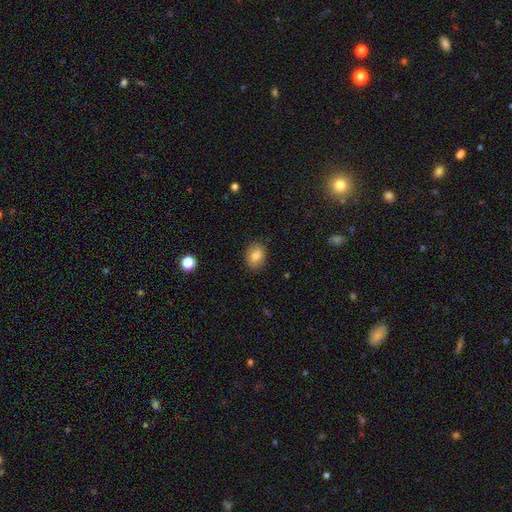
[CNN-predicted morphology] Smooth or featured?
  - smooth: 84% *
  - star or artifact: 9%
  - featured or disk: 7%
How rounded?
  - in between: 70% *
  - round: 29%
  - cigar-shaped: 1%
Merging?
  - none: 85% *
  - minor disturbance: 11%
  - major disturbance: 3%
  - merger: 1%